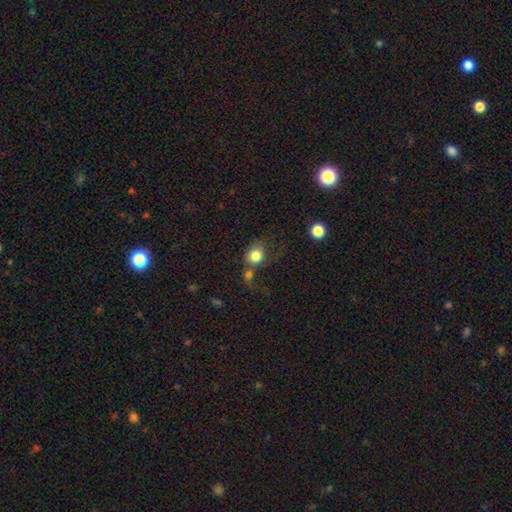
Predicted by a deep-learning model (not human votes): smooth-or-featured: smooth: 81% | star or artifact: 9% | featured or disk: 9%
  how-rounded: round: 74% | in between: 25% | cigar-shaped: 1%
  merging: none: 39% | merger: 29% | major disturbance: 16% | minor disturbance: 16%